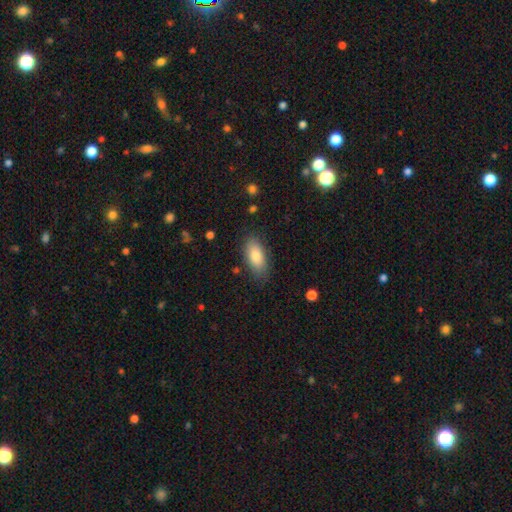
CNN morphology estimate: Smooth or featured: smooth — 81% (featured or disk — 12%)
How rounded: in between — 88% (cigar-shaped — 9%)
Merging: none — 80% (minor disturbance — 15%)